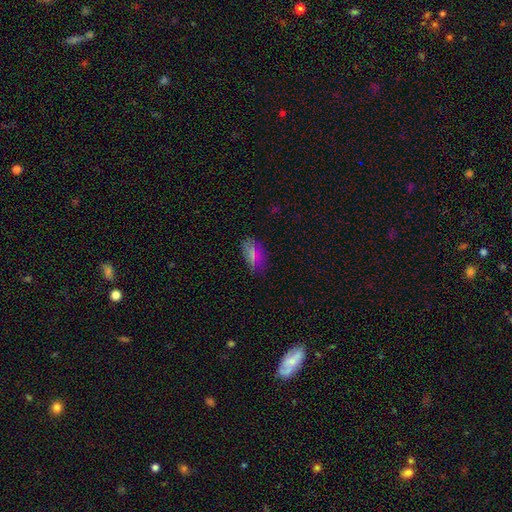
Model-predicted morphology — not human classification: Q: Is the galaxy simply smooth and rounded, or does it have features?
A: smooth — 70%.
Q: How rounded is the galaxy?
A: in between — 88%.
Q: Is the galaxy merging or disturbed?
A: none — 80%.